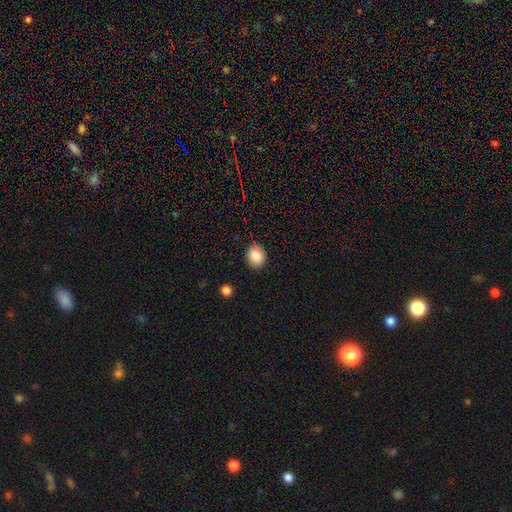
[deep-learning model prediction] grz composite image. It shows a smooth galaxy with no disk features (84%) that is round (65%). Merging: none (82%).